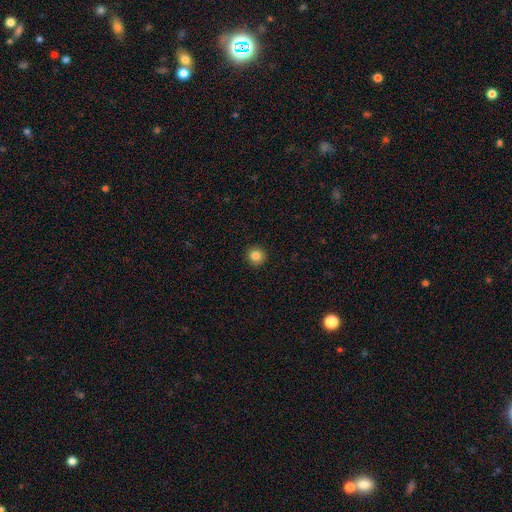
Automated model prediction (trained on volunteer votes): Smooth or featured? smooth (85%)
How rounded? round (95%)
Merging? none (93%)